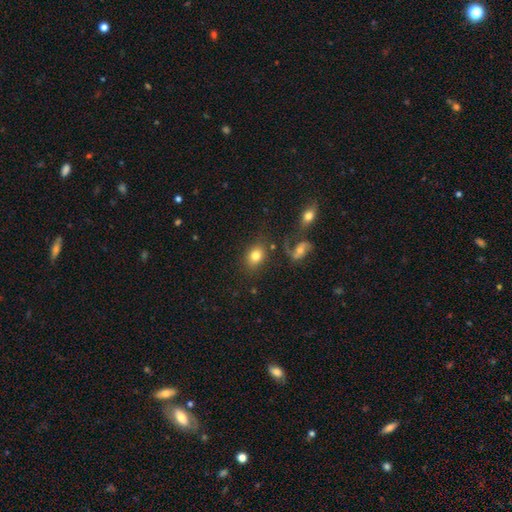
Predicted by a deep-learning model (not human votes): This appears to be a smooth galaxy with no disk features (77%) that is in between round and cigar-shaped (64%). Merging: none (73%).